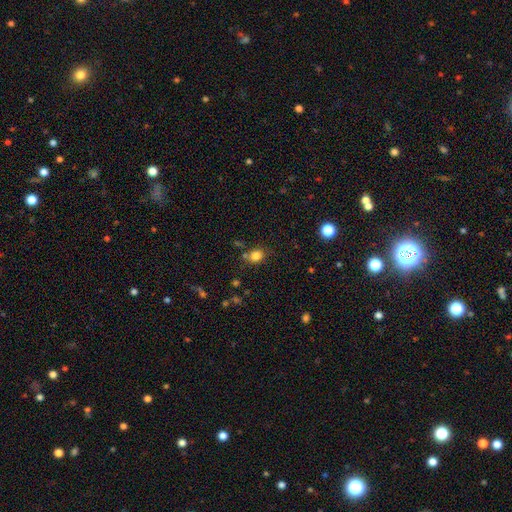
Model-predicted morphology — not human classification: A smooth galaxy with no disk features (81%) that is round (65%). Merging: none (73%).